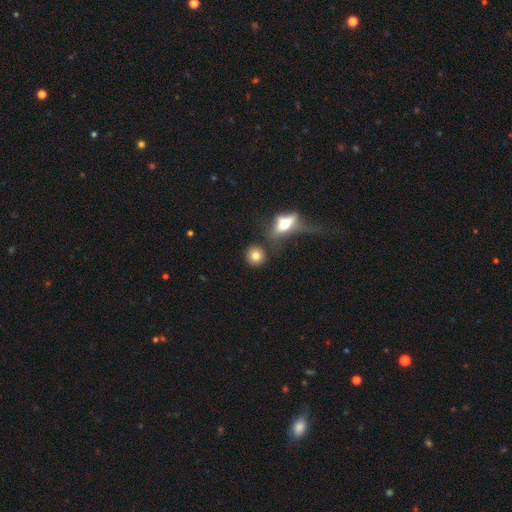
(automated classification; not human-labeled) This appears to be a smooth galaxy with no disk features (76%) that is round (88%). Merging: none (75%).